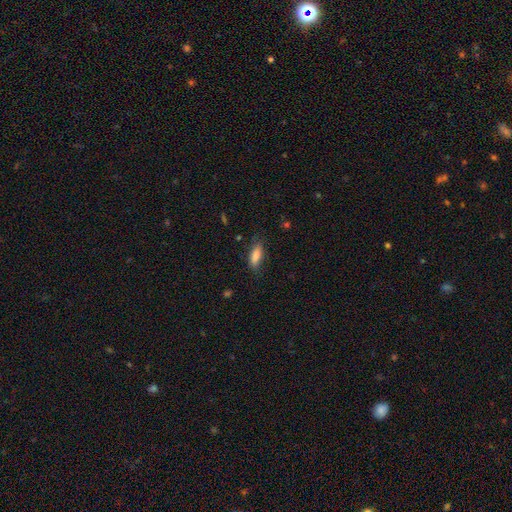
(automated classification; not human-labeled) A smooth galaxy with no disk features (84%) that is in between round and cigar-shaped (68%). Merging: none (74%).